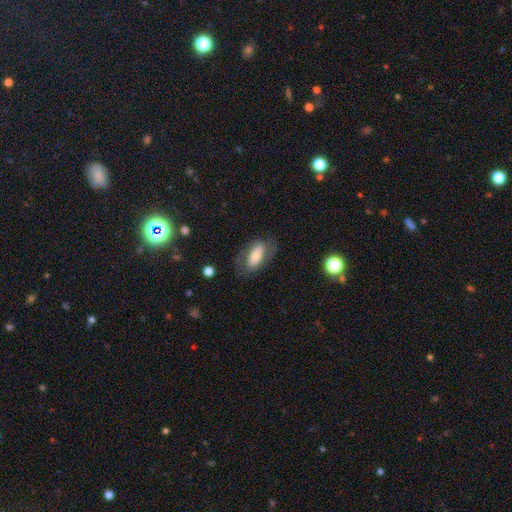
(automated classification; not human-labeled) Smooth or featured?
  - smooth: 57% *
  - featured or disk: 36%
  - star or artifact: 7%
How rounded?
  - in between: 89% *
  - cigar-shaped: 7%
  - round: 4%
Merging?
  - none: 72% *
  - minor disturbance: 16%
  - major disturbance: 10%
  - merger: 2%